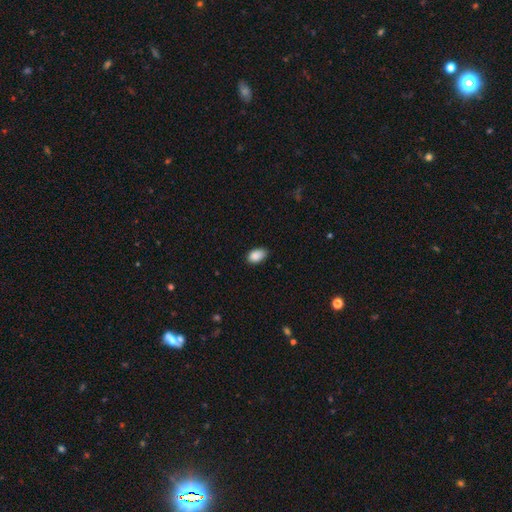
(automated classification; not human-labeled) This appears to be a smooth galaxy with no disk features (88%) that is in between round and cigar-shaped (91%). Merging: none (74%).